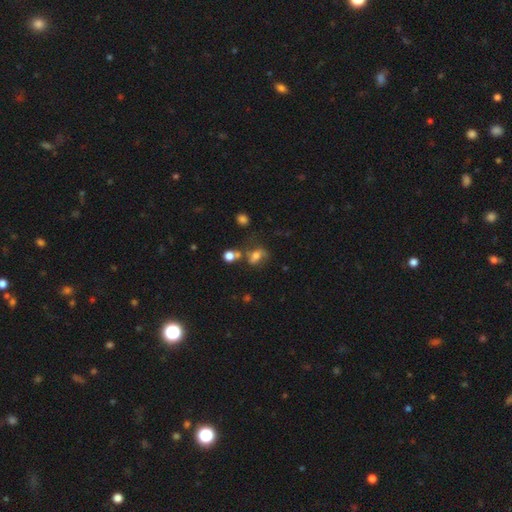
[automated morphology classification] Overall: smooth (48%; featured or disk 35%). Merging: none (45%; minor disturbance 22%).